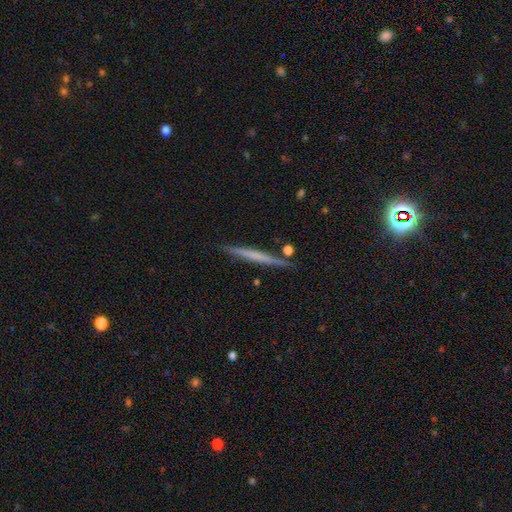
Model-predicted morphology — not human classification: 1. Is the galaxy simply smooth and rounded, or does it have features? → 49% featured or disk, 45% smooth, 6% star or artifact.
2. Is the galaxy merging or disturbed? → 88% none, 8% minor disturbance, 3% merger, 2% major disturbance.